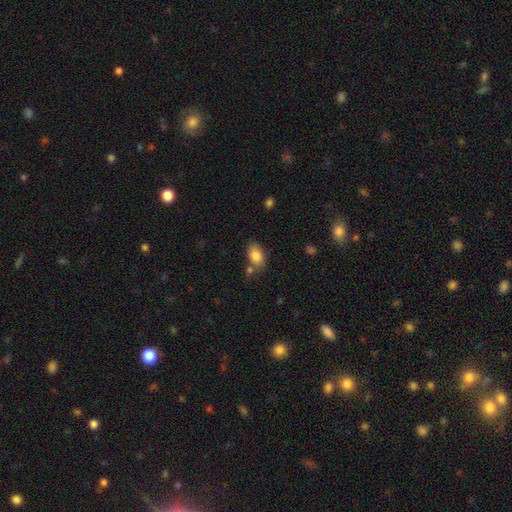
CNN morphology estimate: A smooth galaxy with no disk features (86%) that is in between round and cigar-shaped (89%). Merging: none (62%).